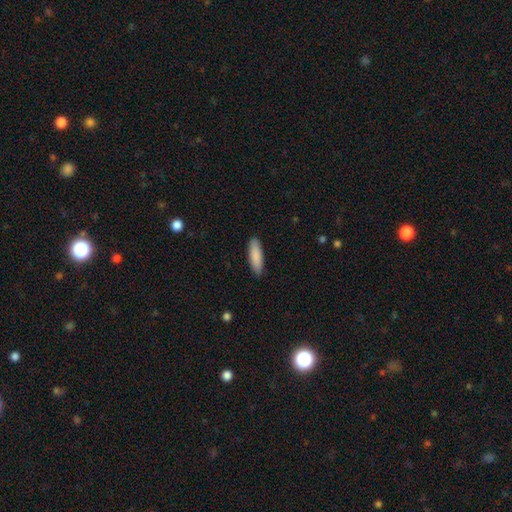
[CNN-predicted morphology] The model was most divided on "how rounded": cigar-shaped: 53%, in between: 46%, round: 1%. More confident: merging — none (88%); smooth or featured — smooth (88%).